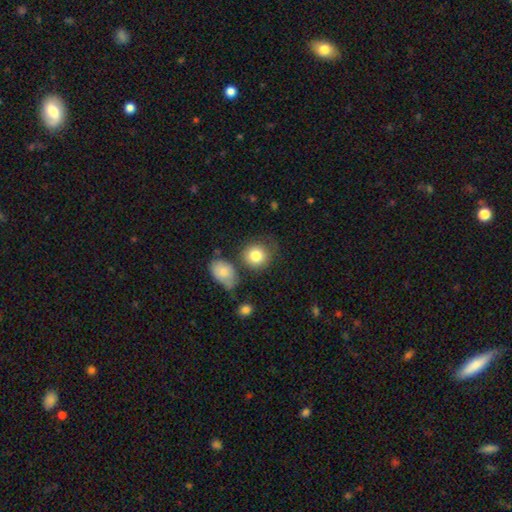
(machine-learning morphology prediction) type=smooth (82%); roundness=round (83%); merging=none (65%).